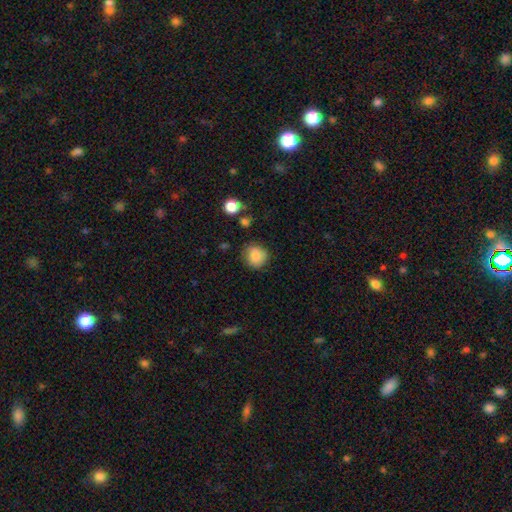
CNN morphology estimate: The model was most divided on "merging": none: 79%, minor disturbance: 15%, major disturbance: 4%, merger: 2%. More confident: how rounded — round (86%); smooth or featured — smooth (85%).